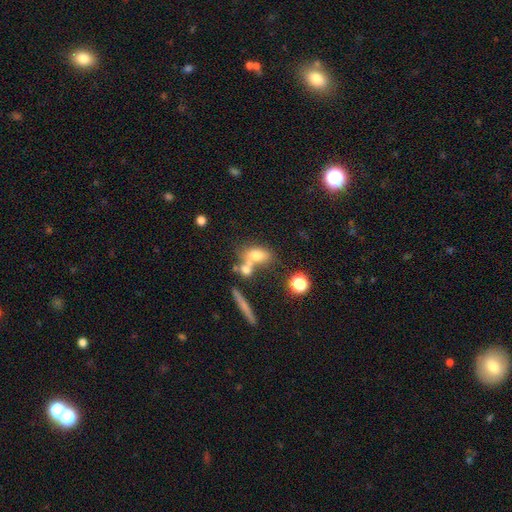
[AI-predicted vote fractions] smooth_or_featured: smooth (p=0.69) [alt: featured or disk p=0.19]
how_rounded: in between (p=0.73) [alt: round p=0.15]
merging: merger (p=0.41) [alt: none p=0.40]